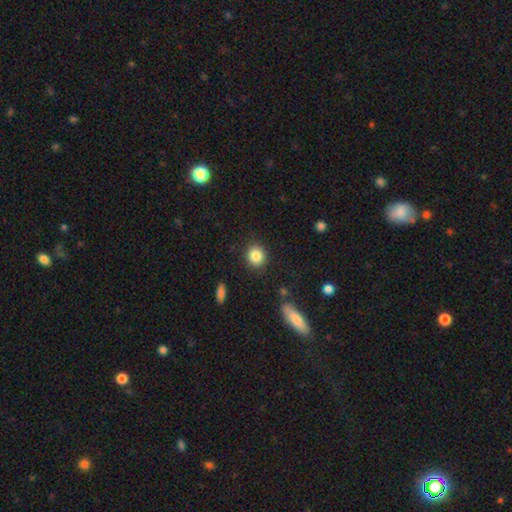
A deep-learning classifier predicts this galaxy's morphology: The model was most divided on "how rounded": round: 76%, in between: 23%, cigar-shaped: 1%. More confident: merging — none (88%); smooth or featured — smooth (85%).